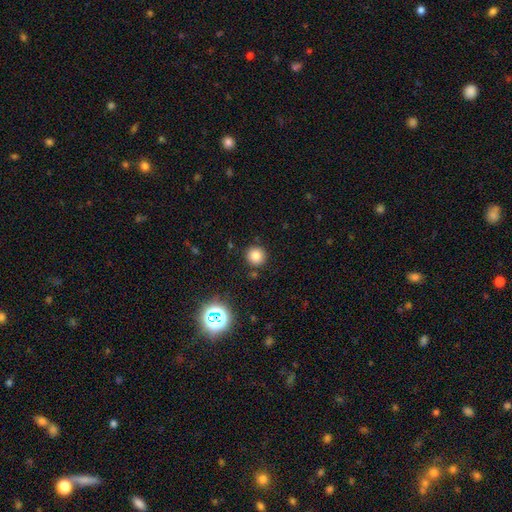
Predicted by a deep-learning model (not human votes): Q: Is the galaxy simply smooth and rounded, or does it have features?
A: smooth — 79%.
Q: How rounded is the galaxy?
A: round — 93%.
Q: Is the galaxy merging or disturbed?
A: none — 88%.